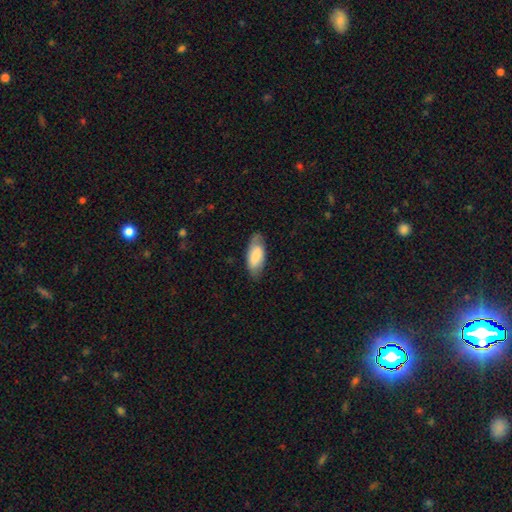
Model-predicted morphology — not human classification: Smooth or featured: smooth — 77% (featured or disk — 17%)
How rounded: in between — 86% (cigar-shaped — 13%)
Merging: none — 73% (minor disturbance — 21%)